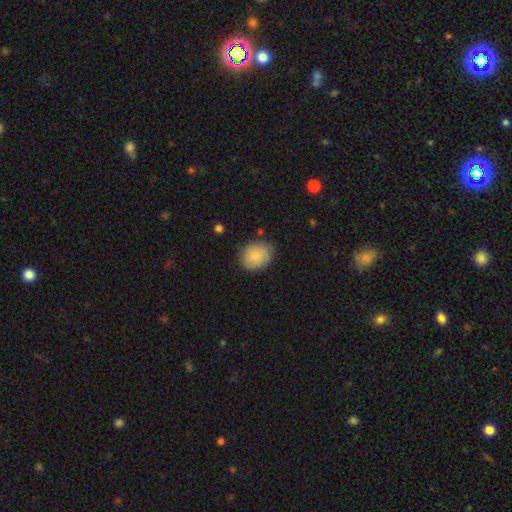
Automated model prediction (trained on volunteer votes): This appears to be a smooth galaxy with no disk features (83%) that is round (52%). Merging: none (77%).